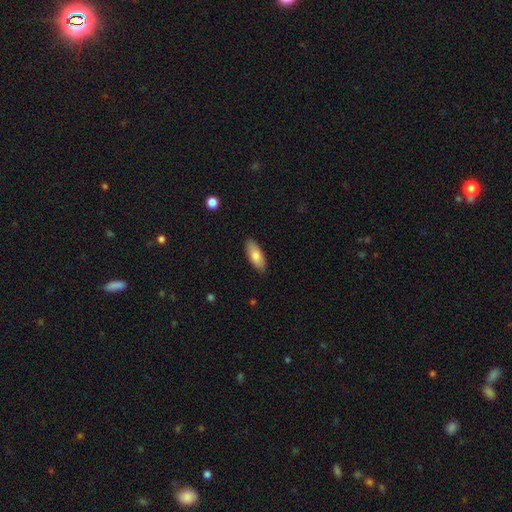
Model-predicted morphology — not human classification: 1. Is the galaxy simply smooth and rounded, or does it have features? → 81% smooth, 13% featured or disk, 6% star or artifact.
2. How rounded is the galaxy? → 77% in between, 21% cigar-shaped, 2% round.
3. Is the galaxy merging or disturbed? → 86% none, 11% minor disturbance, 2% major disturbance, 1% merger.